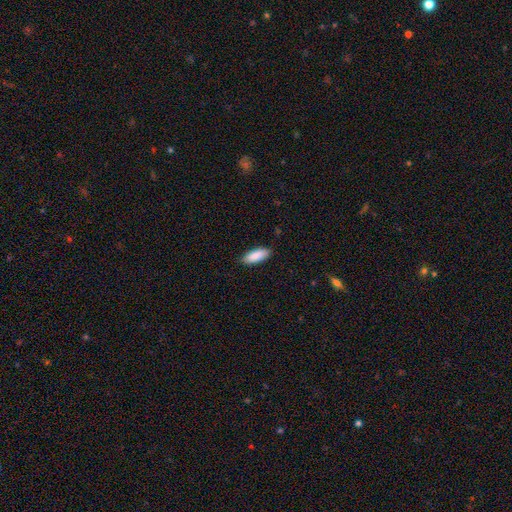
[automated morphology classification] Smooth or featured? smooth (89%)
How rounded? in between (74%)
Merging? none (87%)